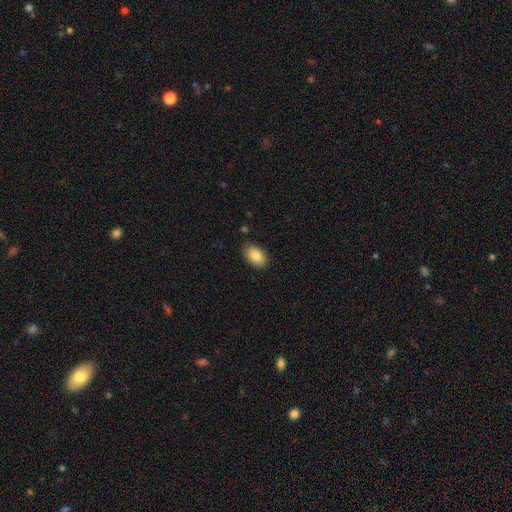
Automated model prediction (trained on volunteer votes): Q: Smooth or featured?
A: smooth (86%); runner-up: star or artifact (7%)
Q: How rounded?
A: in between (90%); runner-up: round (8%)
Q: Merging?
A: none (85%); runner-up: minor disturbance (12%)